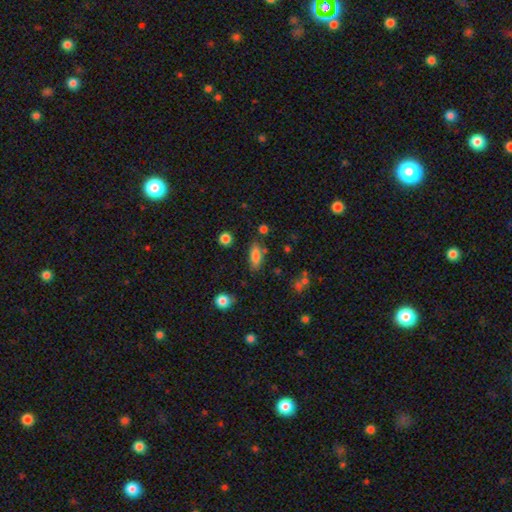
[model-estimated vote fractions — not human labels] This appears to be a smooth galaxy with no disk features (78%) that is in between round and cigar-shaped (80%). Merging: none (75%).